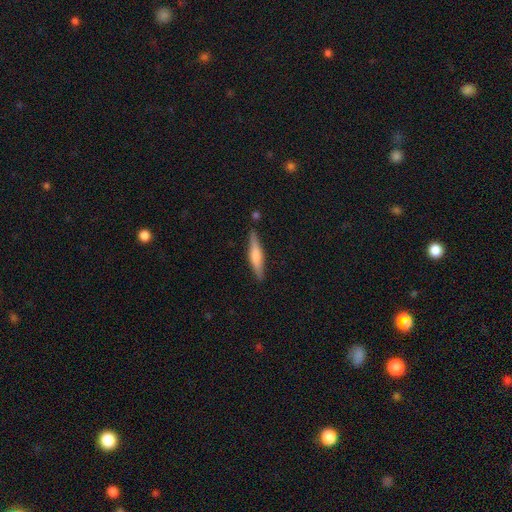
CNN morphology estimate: The model was most divided on "smooth or featured": smooth: 50%, featured or disk: 44%, star or artifact: 6%. More confident: how rounded — cigar-shaped (86%); merging — none (85%).